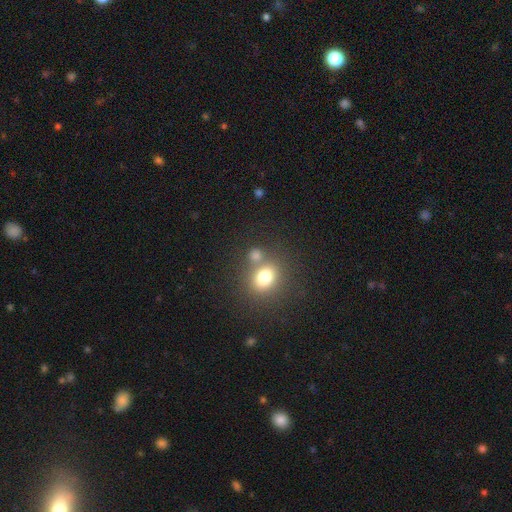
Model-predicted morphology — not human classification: smooth 76%, star or artifact 15%, featured or disk 9%. Down the decision tree: how rounded — round (63%); merging — none (57%).